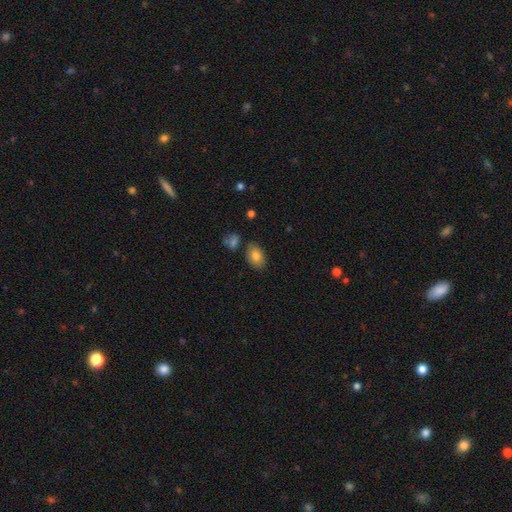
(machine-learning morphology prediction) Q: Smooth or featured?
A: smooth (82%); runner-up: featured or disk (10%)
Q: How rounded?
A: in between (85%); runner-up: round (13%)
Q: Merging?
A: none (79%); runner-up: minor disturbance (13%)